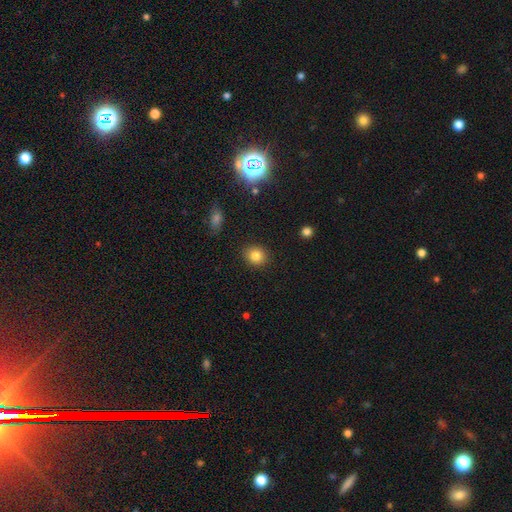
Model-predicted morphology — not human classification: Smooth or featured? Predicted: smooth (p=0.83). How rounded? Predicted: round (p=0.76). Merging? Predicted: none (p=0.89).